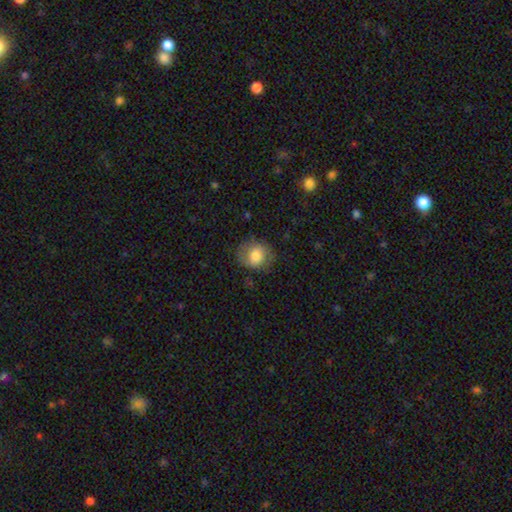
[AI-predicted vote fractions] Smooth or featured?
  - smooth: 71% *
  - featured or disk: 20%
  - star or artifact: 8%
How rounded?
  - round: 71% *
  - in between: 28%
  - cigar-shaped: 1%
Merging?
  - none: 74% *
  - minor disturbance: 18%
  - major disturbance: 7%
  - merger: 1%